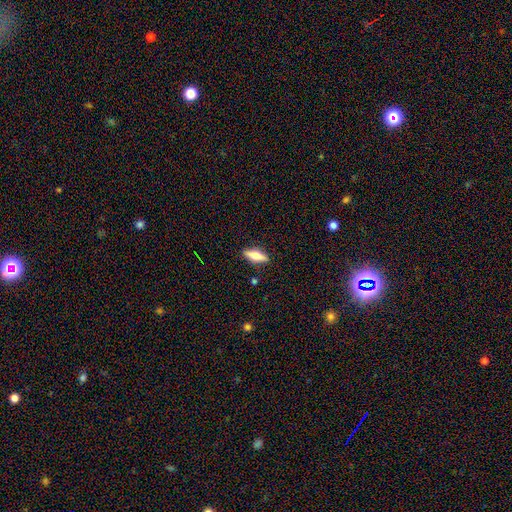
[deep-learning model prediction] smooth_or_featured: smooth (p=0.60) [alt: featured or disk p=0.33]
how_rounded: in between (p=0.52) [alt: cigar-shaped p=0.45]
merging: none (p=0.87) [alt: minor disturbance p=0.10]